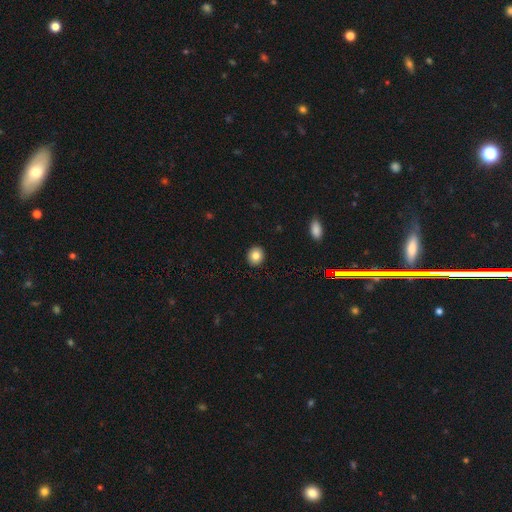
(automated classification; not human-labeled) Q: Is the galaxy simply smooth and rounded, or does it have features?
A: smooth — 83%.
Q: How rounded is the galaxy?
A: round — 83%.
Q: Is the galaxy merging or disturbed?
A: none — 92%.